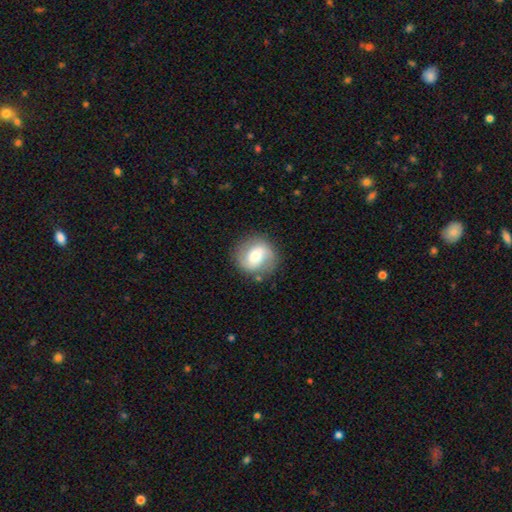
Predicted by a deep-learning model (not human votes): Smooth or featured?
  - featured or disk: 53% *
  - smooth: 40%
  - star or artifact: 7%
Edge-on disk?
  - no: 96% *
  - yes: 4%
Bar?
  - weak: 43% *
  - no: 35%
  - strong: 22%
Spiral arms?
  - yes: 73% *
  - no: 27%
Bulge size?
  - moderate: 67% *
  - small: 21%
  - large: 10%
  - dominant: 2%
  - none: 1%
Merging?
  - none: 81% *
  - minor disturbance: 12%
  - major disturbance: 5%
  - merger: 2%